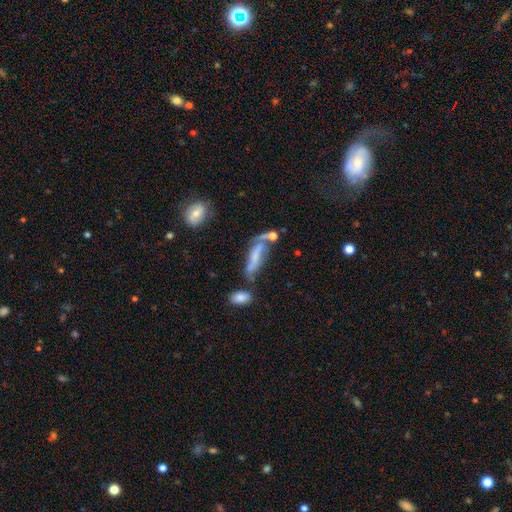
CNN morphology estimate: smooth-or-featured: featured or disk: 52% | smooth: 35% | star or artifact: 13%
  disk-edge-on: no: 70% | yes: 30%
  merging: none: 36% | merger: 23% | minor disturbance: 21% | major disturbance: 19%